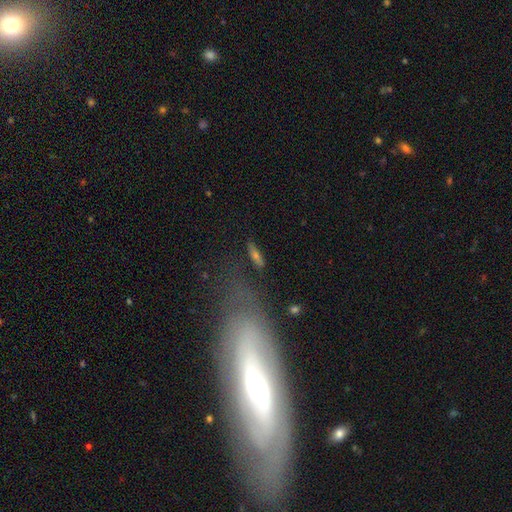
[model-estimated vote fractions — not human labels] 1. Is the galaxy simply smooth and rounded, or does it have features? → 51% smooth, 35% featured or disk, 15% star or artifact.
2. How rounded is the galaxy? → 49% cigar-shaped, 42% in between, 9% round.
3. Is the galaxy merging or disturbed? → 73% none, 14% minor disturbance, 8% major disturbance, 5% merger.